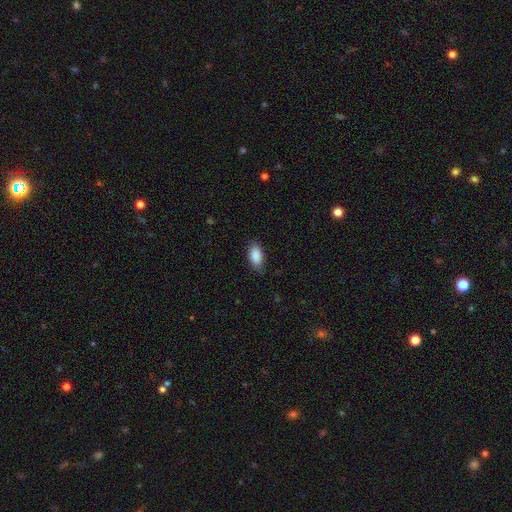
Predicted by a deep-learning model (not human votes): Overall: smooth (89%). How rounded: in between (92%). Merging: none (79%).